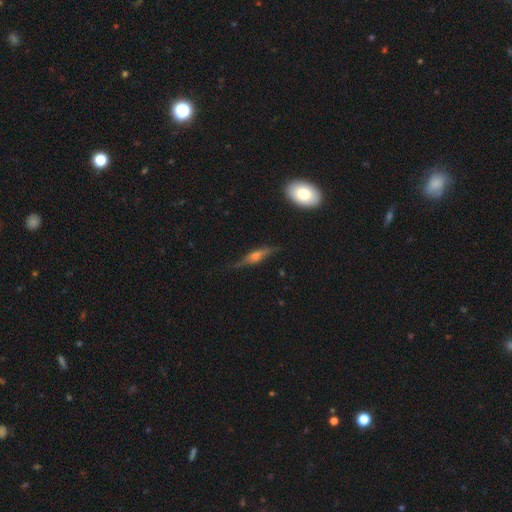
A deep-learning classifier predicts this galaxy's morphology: smooth_or_featured: featured or disk (p=0.70) [alt: smooth p=0.22]
disk_edge_on: yes (p=0.92) [alt: no p=0.08]
edge_on_bulge: rounded (p=0.84) [alt: boxy p=0.12]
merging: none (p=0.74) [alt: minor disturbance p=0.19]